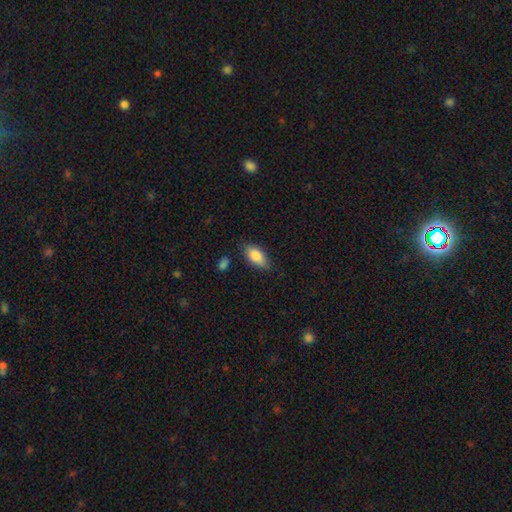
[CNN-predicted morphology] A smooth galaxy with no disk features (85%) that is in between round and cigar-shaped (90%).

Vote fractions:
- Smooth or featured? smooth: 85% / featured or disk: 8% / star or artifact: 7%
- How rounded? in between: 90% / cigar-shaped: 6% / round: 3%
- Merging? none: 78% / minor disturbance: 17% / major disturbance: 3% / merger: 2%